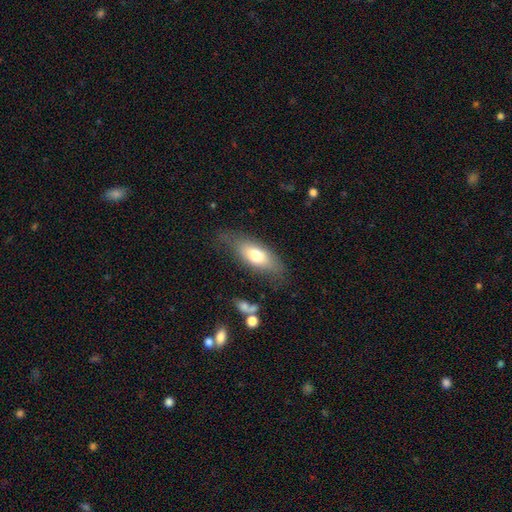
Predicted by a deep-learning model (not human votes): smooth_or_featured: smooth (p=0.67) [alt: featured or disk p=0.26]
how_rounded: in between (p=0.77) [alt: cigar-shaped p=0.19]
merging: none (p=0.65) [alt: minor disturbance p=0.22]